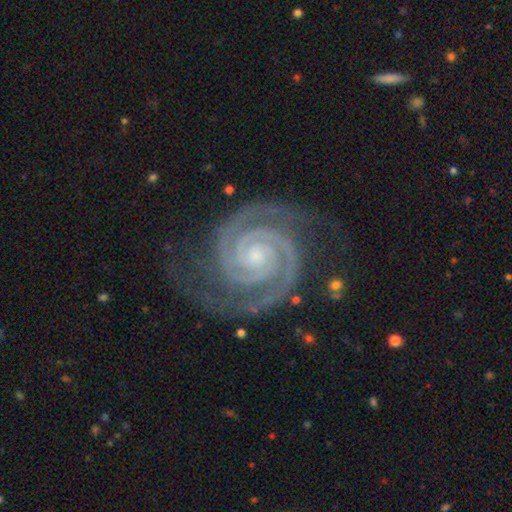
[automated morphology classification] This appears to be a featured or disk galaxy (94%) with no bar (65%), 2 (88%) tight (82%) spiral arms (99%) and a small central bulge (63%). Merging: none (78%).